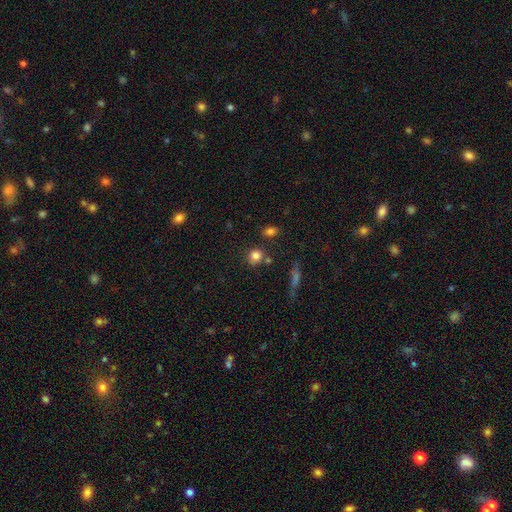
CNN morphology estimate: smooth_or_featured: smooth (p=0.82) [alt: star or artifact p=0.11]
how_rounded: round (p=0.82) [alt: in between p=0.17]
merging: none (p=0.71) [alt: minor disturbance p=0.12]